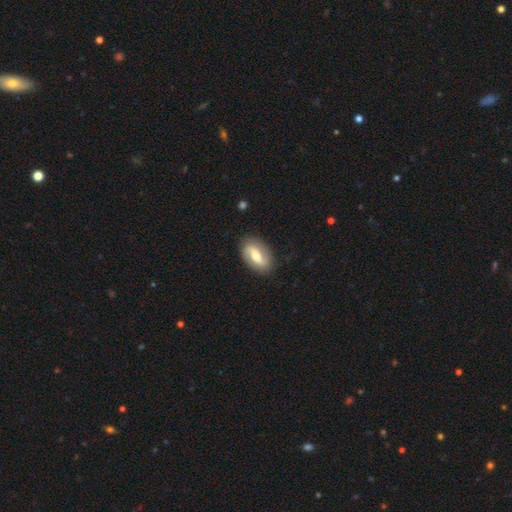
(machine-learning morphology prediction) The model was most divided on "bar": weak: 41%, strong: 38%, no: 22%. More confident: edge-on disk — no (92%); merging — none (86%); spiral arms — yes (78%); bulge size — moderate (67%); smooth or featured — featured or disk (64%).